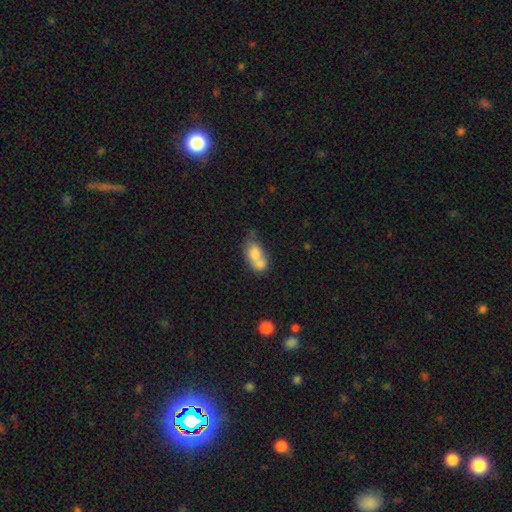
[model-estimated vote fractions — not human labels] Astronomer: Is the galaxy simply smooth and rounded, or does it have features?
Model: smooth — 70%.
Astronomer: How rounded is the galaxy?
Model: in between — 73%.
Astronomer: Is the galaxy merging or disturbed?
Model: merger — 65%.